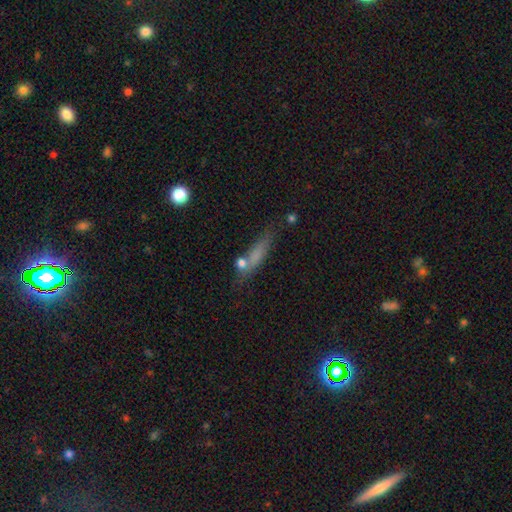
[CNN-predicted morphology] smooth_or_featured: smooth (p=0.63) [alt: featured or disk p=0.24]
how_rounded: cigar-shaped (p=0.71) [alt: in between p=0.24]
merging: none (p=0.63) [alt: minor disturbance p=0.19]